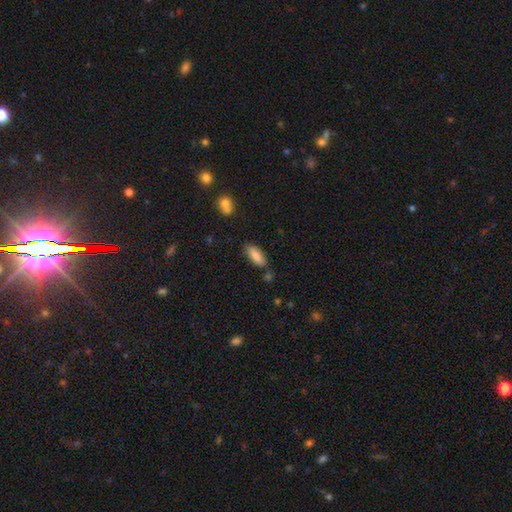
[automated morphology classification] Overall: smooth (85%). How rounded: in between (76%). Merging: none (75%).